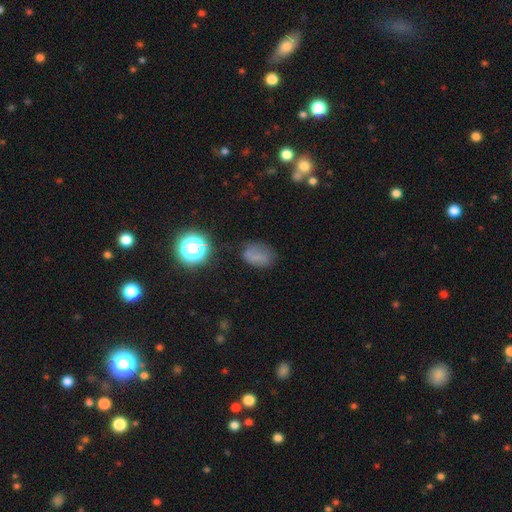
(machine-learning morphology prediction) Smooth or featured? smooth (63%)
How rounded? in between (78%)
Merging? none (60%)